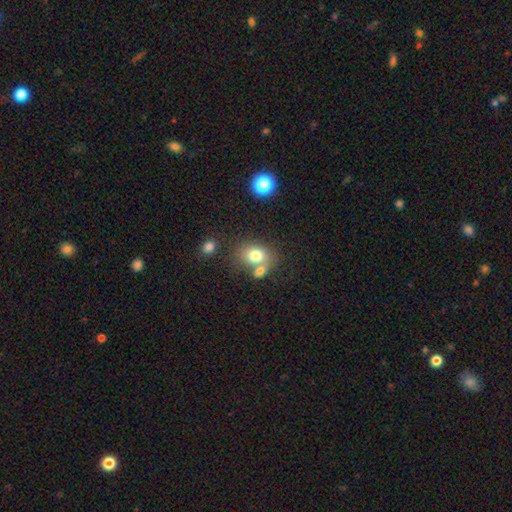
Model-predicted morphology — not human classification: Smooth or featured? smooth (75%)
How rounded? in between (57%)
Merging? none (44%)